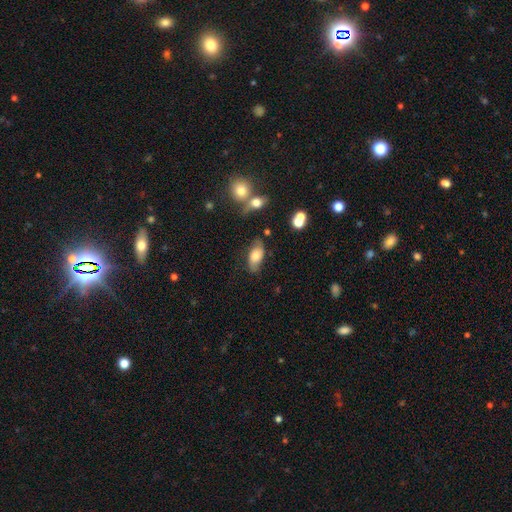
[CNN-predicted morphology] A smooth galaxy with no disk features (71%) that is in between round and cigar-shaped (90%). Merging: none (69%).